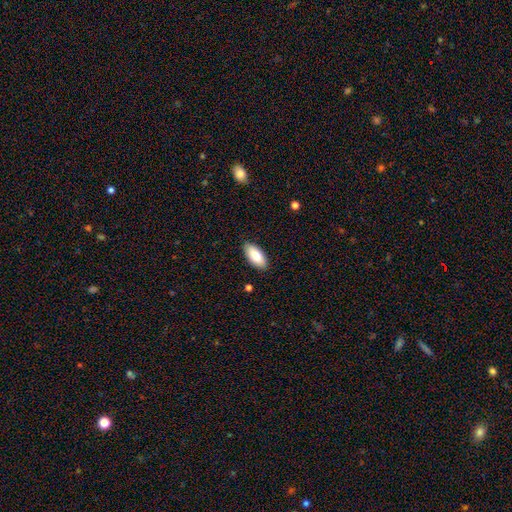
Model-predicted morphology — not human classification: A smooth galaxy with no disk features (86%) that is in between round and cigar-shaped (90%).

Vote fractions:
- Smooth or featured? smooth: 86% / featured or disk: 8% / star or artifact: 6%
- How rounded? in between: 90% / cigar-shaped: 9% / round: 2%
- Merging? none: 88% / minor disturbance: 9% / major disturbance: 2% / merger: 1%